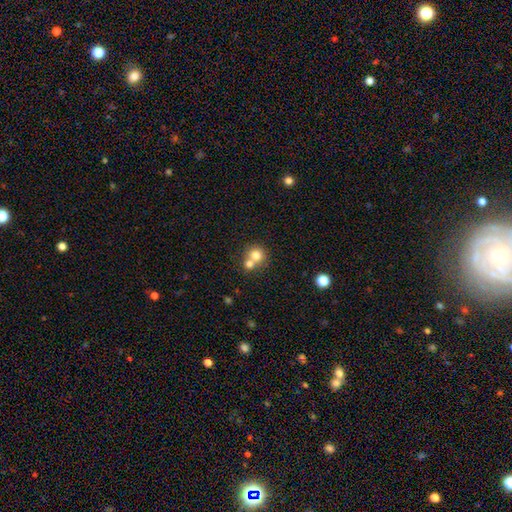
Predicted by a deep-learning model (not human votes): Q: Smooth or featured?
A: smooth (76%); runner-up: featured or disk (13%)
Q: How rounded?
A: round (87%); runner-up: in between (12%)
Q: Merging?
A: merger (52%); runner-up: none (40%)